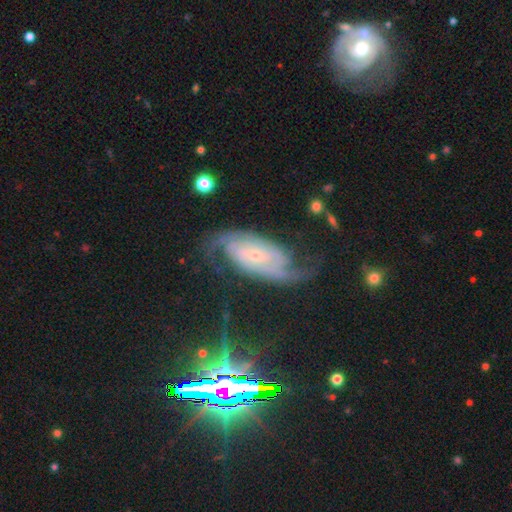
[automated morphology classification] smooth-or-featured: featured or disk: 82% | star or artifact: 10% | smooth: 8%
  disk-edge-on: no: 95% | yes: 5%
    bar: no: 62% | weak: 27% | strong: 11%
    has-spiral-arms: yes: 97% | no: 3%
      spiral-winding: medium: 42% | tight: 39% | loose: 19%
      spiral-arm-count: 2: 73% | can't tell: 12% | 3: 7% | 4: 3% | 1: 3% | more than 4: 2%
    bulge-size: small: 76% | moderate: 19% | none: 3% | large: 2% | dominant: 1%
  merging: none: 66% | minor disturbance: 19% | major disturbance: 13% | merger: 2%